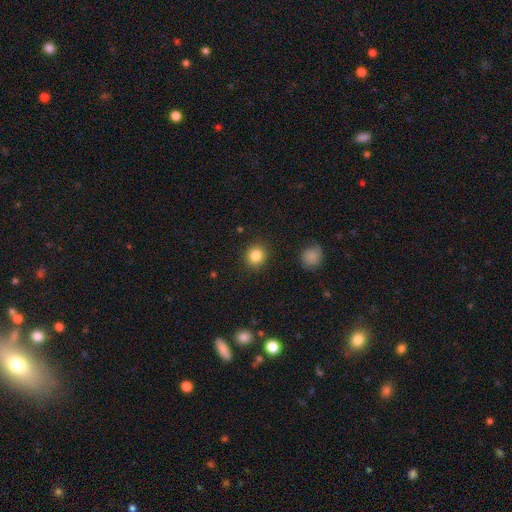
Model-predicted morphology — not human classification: This appears to be a smooth galaxy with no disk features (85%) that is round (83%). Merging: none (89%).